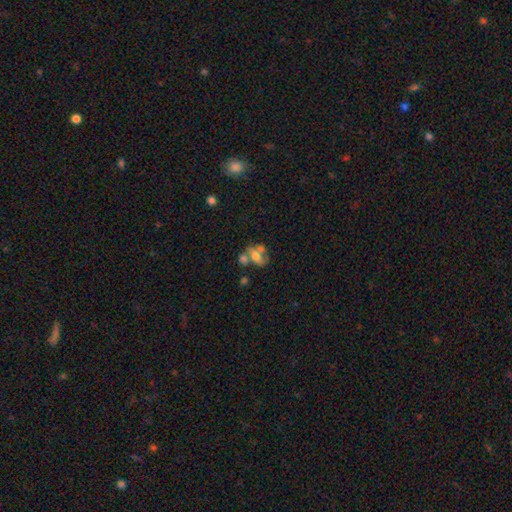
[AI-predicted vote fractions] A smooth galaxy with no disk features (49%). Merging: merger (43%).